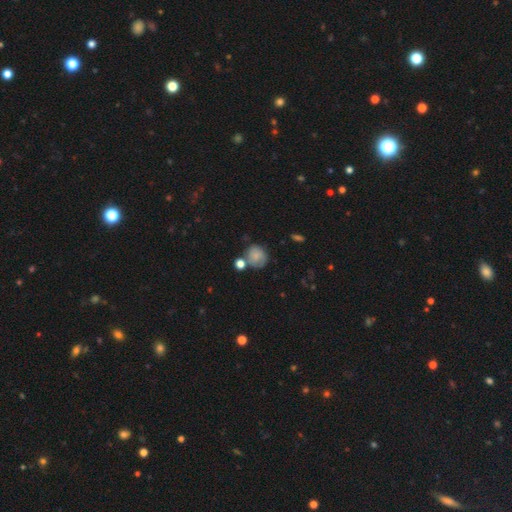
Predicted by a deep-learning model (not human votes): This is likely a smooth galaxy (71%). How rounded: likely round (77%). Merging: possibly none (55%).